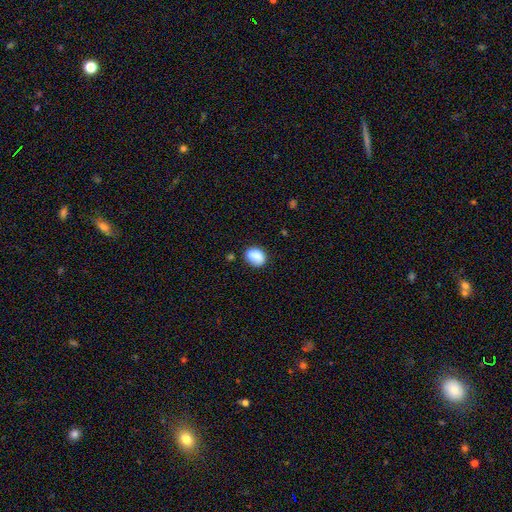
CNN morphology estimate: A smooth galaxy with no disk features (84%) that is in between round and cigar-shaped (62%). Merging: none (68%).